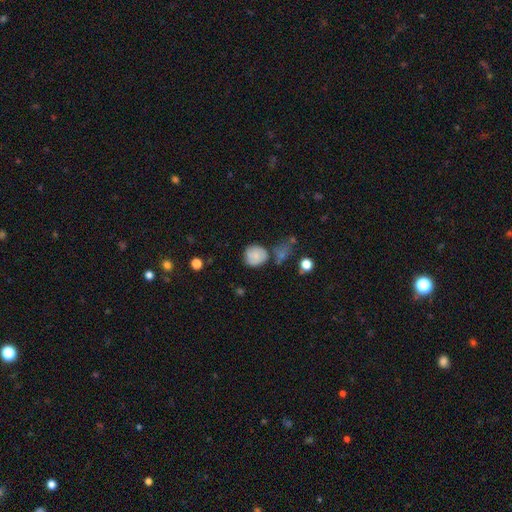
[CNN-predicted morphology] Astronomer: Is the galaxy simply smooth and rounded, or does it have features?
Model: smooth — 75%.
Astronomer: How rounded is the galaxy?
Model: round — 77%.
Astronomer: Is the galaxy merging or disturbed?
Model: none — 56%.